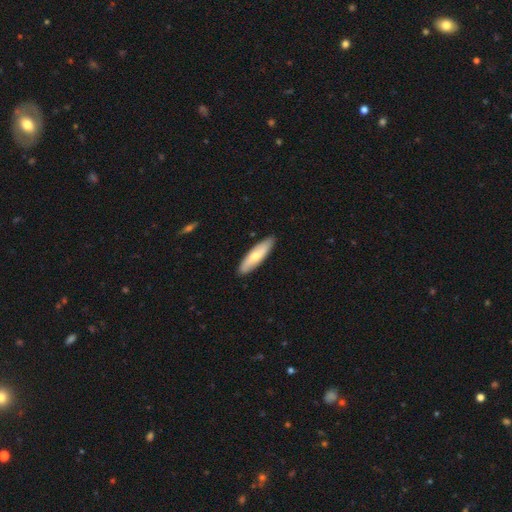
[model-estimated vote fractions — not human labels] Morphology: type=smooth (63%); roundness=cigar-shaped (62%); merging=none (89%).